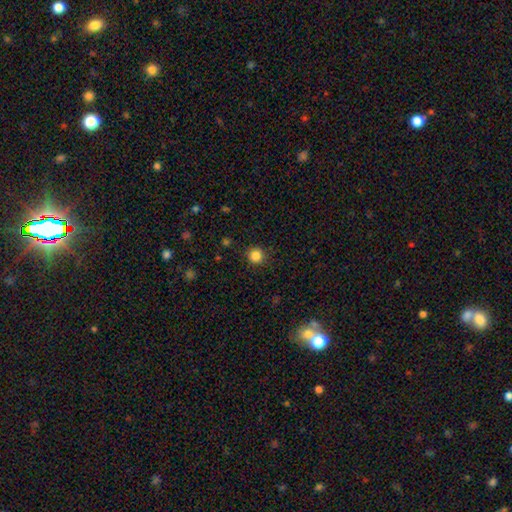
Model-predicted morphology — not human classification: Q: Smooth or featured?
A: smooth (85%); runner-up: star or artifact (12%)
Q: How rounded?
A: round (95%); runner-up: in between (4%)
Q: Merging?
A: none (91%); runner-up: minor disturbance (6%)